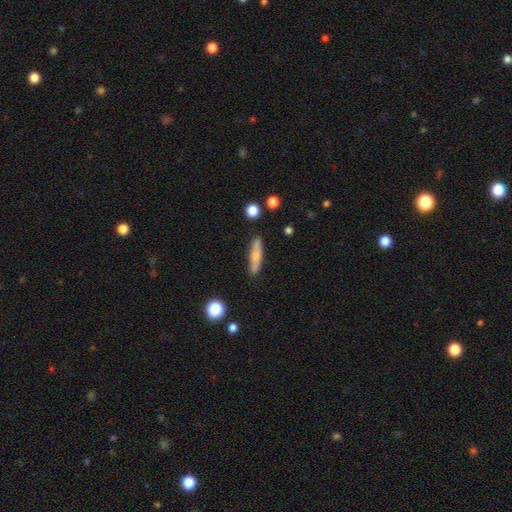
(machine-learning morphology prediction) Smooth or featured?
  - smooth: 67% *
  - featured or disk: 27%
  - star or artifact: 7%
How rounded?
  - cigar-shaped: 74% *
  - in between: 24%
  - round: 3%
Merging?
  - none: 84% *
  - minor disturbance: 11%
  - merger: 2%
  - major disturbance: 2%